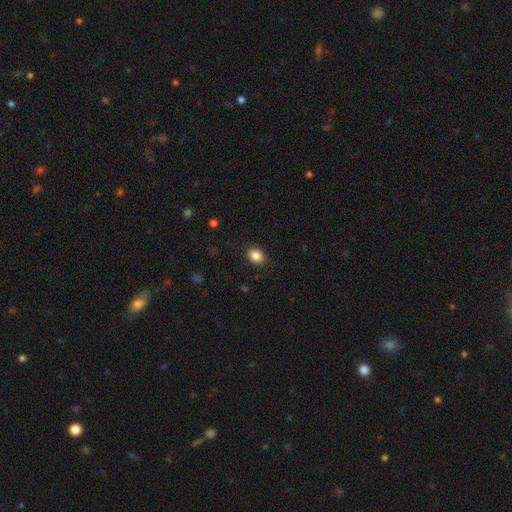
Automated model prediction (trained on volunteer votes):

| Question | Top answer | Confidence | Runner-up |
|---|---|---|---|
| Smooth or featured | smooth | 86% | star or artifact (10%) |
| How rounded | in between | 53% | round (46%) |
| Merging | none | 88% | minor disturbance (8%) |